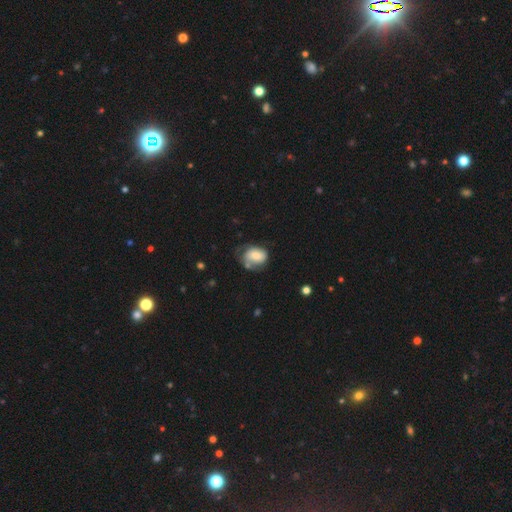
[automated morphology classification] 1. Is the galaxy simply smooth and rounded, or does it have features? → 65% smooth, 27% featured or disk, 8% star or artifact.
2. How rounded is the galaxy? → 61% in between, 38% round, 1% cigar-shaped.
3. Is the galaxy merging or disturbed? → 40% none, 32% minor disturbance, 20% major disturbance, 9% merger.